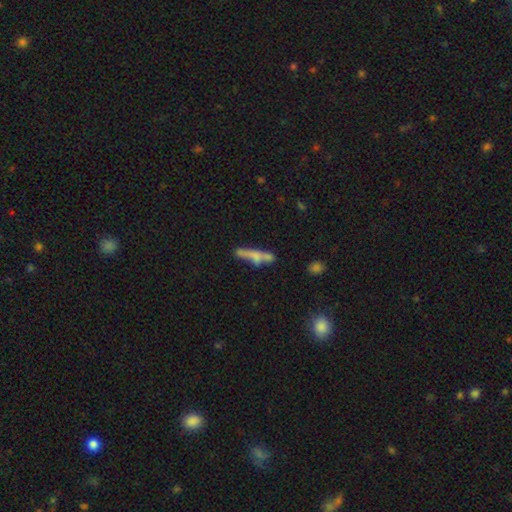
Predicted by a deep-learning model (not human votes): Smooth or featured: smooth — 54% (featured or disk — 37%)
How rounded: cigar-shaped — 84% (in between — 14%)
Merging: none — 50% (minor disturbance — 20%)